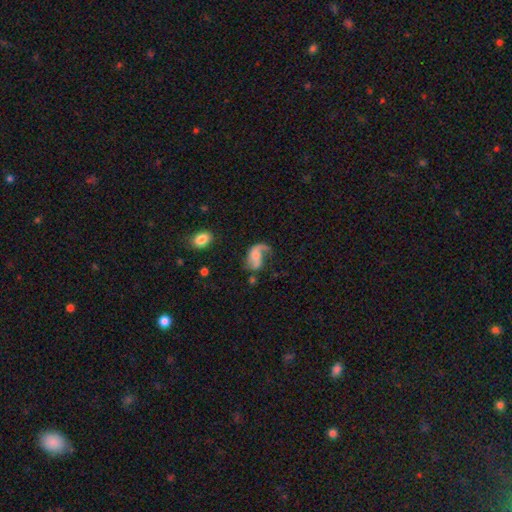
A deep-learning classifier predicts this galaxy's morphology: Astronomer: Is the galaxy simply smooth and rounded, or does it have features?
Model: featured or disk — 64%.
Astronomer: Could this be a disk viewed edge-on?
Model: no — 97%.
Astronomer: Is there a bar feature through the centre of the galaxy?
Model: no — 58%.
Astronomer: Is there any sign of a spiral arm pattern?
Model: yes — 86%.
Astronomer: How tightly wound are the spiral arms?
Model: loose — 69%.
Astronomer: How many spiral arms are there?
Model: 2 — 47% (runner-up: 1, 46%).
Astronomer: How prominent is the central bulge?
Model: small — 39% (runner-up: moderate, 27%).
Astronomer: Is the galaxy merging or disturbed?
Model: major disturbance — 38% (runner-up: none, 34%).